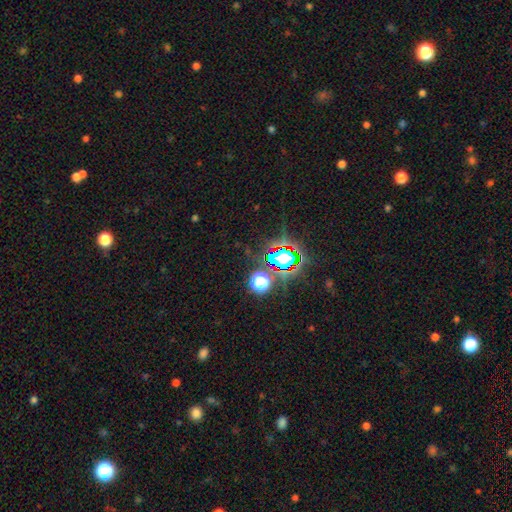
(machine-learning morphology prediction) type=star or artifact (79%).